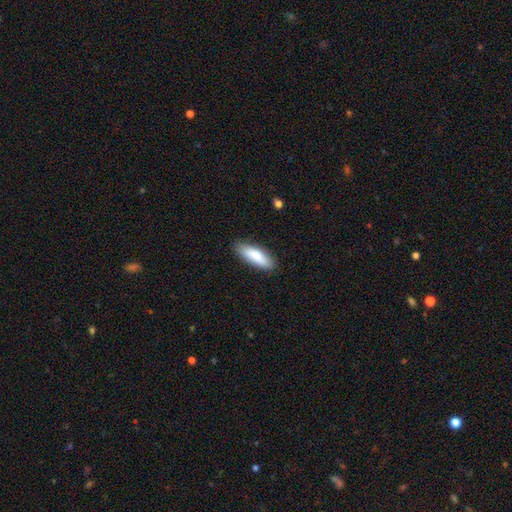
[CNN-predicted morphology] Smooth or featured? Predicted: smooth (p=0.85). How rounded? Predicted: in between (p=0.55). Merging? Predicted: none (p=0.86).